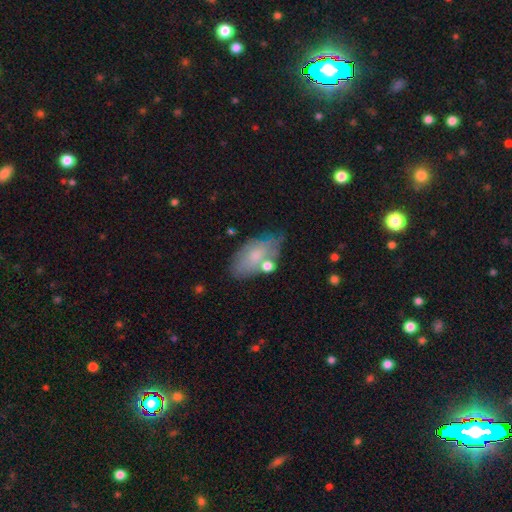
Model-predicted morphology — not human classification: A smooth galaxy with no disk features (64%) that is in between round and cigar-shaped (92%).

Vote fractions:
- Smooth or featured? smooth: 64% / featured or disk: 29% / star or artifact: 8%
- How rounded? in between: 92% / round: 5% / cigar-shaped: 3%
- Merging? none: 53% / minor disturbance: 27% / merger: 11% / major disturbance: 9%